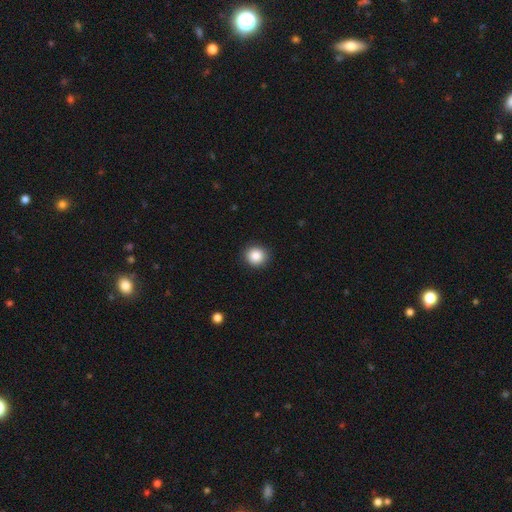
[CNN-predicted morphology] Smooth or featured: smooth — 87% (star or artifact — 9%)
How rounded: round — 89% (in between — 10%)
Merging: none — 91% (minor disturbance — 6%)